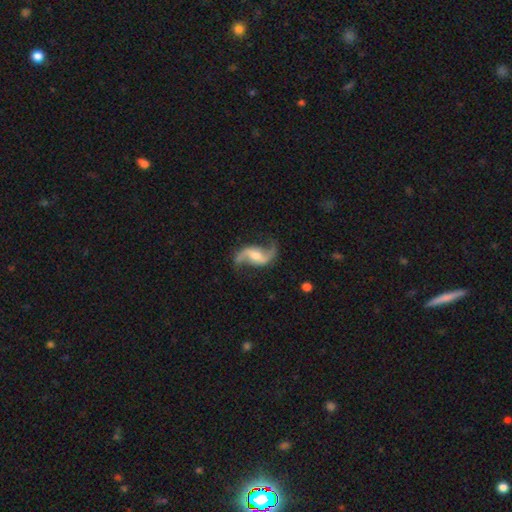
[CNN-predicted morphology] Smooth or featured?
  - featured or disk: 91% *
  - smooth: 5%
  - star or artifact: 4%
Edge-on disk?
  - no: 97% *
  - yes: 3%
Bar?
  - weak: 40% *
  - no: 37%
  - strong: 23%
Spiral arms?
  - yes: 97% *
  - no: 3%
Spiral winding?
  - loose: 78% *
  - medium: 18%
  - tight: 4%
Spiral arm count?
  - 2: 94% *
  - 1: 2%
  - can't tell: 1%
  - 3: 1%
  - 4: 1%
  - more than 4: 1%
Bulge size?
  - moderate: 59% *
  - small: 29%
  - large: 8%
  - none: 4%
  - dominant: 1%
Merging?
  - none: 80% *
  - minor disturbance: 13%
  - major disturbance: 5%
  - merger: 2%